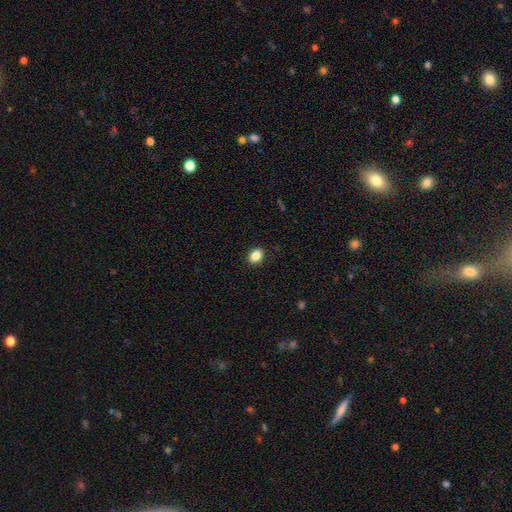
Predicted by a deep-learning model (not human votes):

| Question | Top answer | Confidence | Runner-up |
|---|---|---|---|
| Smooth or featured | smooth | 86% | star or artifact (9%) |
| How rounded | in between | 66% | round (33%) |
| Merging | none | 90% | minor disturbance (7%) |